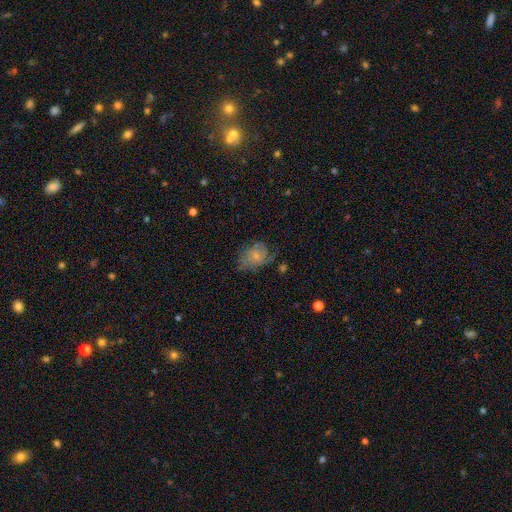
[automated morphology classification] Smooth or featured: smooth — 55% (featured or disk — 35%)
How rounded: in between — 71% (round — 28%)
Merging: none — 45% (minor disturbance — 29%)